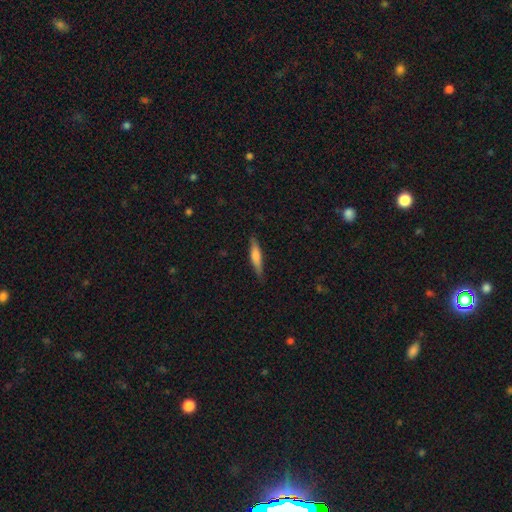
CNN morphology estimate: This appears to be a smooth galaxy with no disk features (63%) that is cigar-shaped (85%). Merging: none (84%).